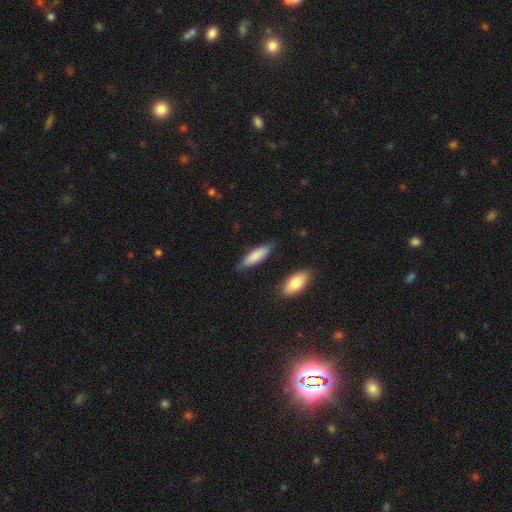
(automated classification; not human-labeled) Smooth or featured?
  - smooth: 83% *
  - featured or disk: 11%
  - star or artifact: 5%
How rounded?
  - cigar-shaped: 54% *
  - in between: 45%
  - round: 2%
Merging?
  - none: 80% *
  - minor disturbance: 14%
  - merger: 3%
  - major disturbance: 3%